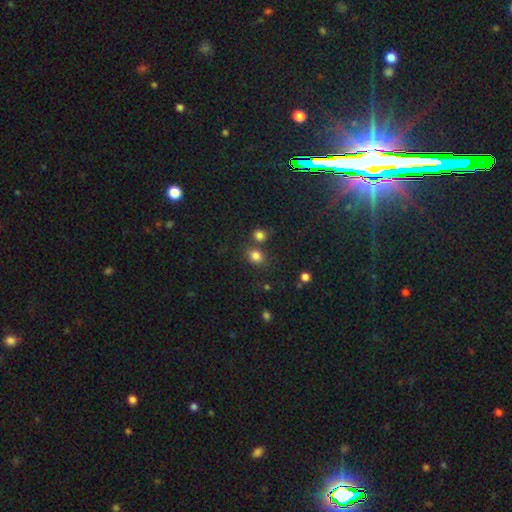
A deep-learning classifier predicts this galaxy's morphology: This appears to be a smooth galaxy with no disk features (80%) that is round (65%). Merging: none (66%).